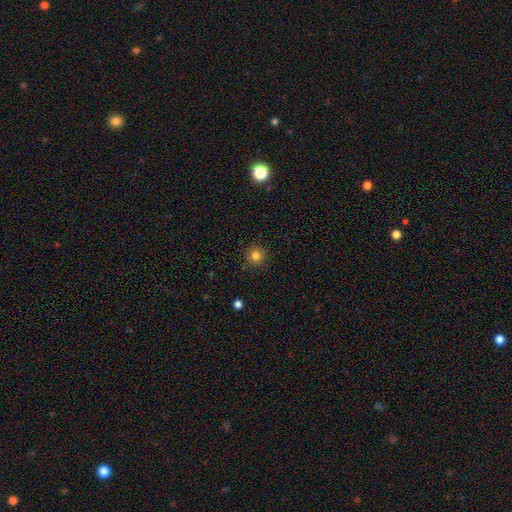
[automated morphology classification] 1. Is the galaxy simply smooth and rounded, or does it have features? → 82% smooth, 13% star or artifact, 5% featured or disk.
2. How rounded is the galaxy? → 95% round, 4% in between, 1% cigar-shaped.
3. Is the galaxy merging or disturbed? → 91% none, 6% minor disturbance, 2% major disturbance, 1% merger.